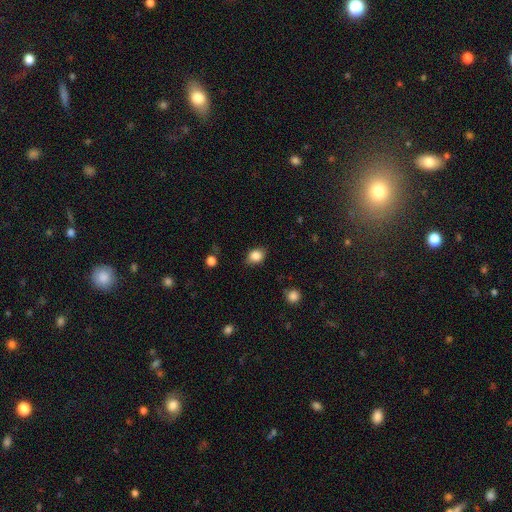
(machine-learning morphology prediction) A smooth galaxy with no disk features (85%) that is in between round and cigar-shaped (58%). Merging: none (80%).